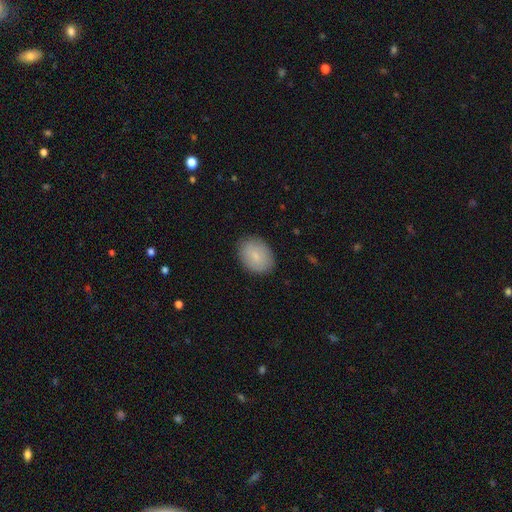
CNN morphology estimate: Smooth or featured: smooth — 80% (featured or disk — 13%)
How rounded: in between — 71% (round — 28%)
Merging: none — 86% (minor disturbance — 11%)